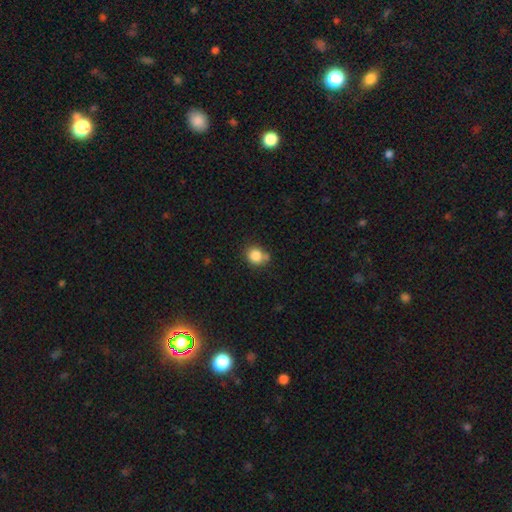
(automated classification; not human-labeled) Smooth or featured? smooth (84%)
How rounded? round (73%)
Merging? none (63%)